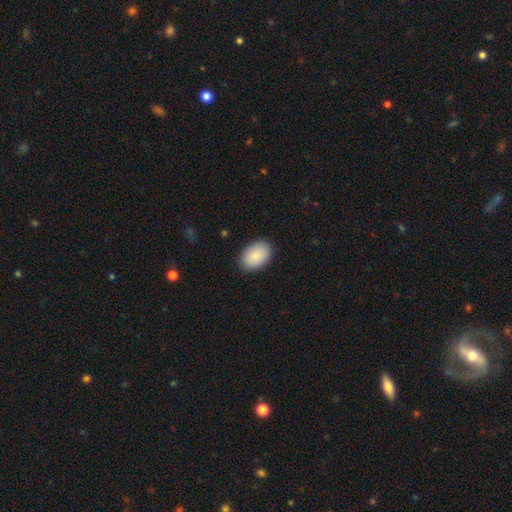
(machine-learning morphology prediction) This is clearly a smooth galaxy (87%). How rounded: clearly in between (85%). Merging: clearly none (88%).